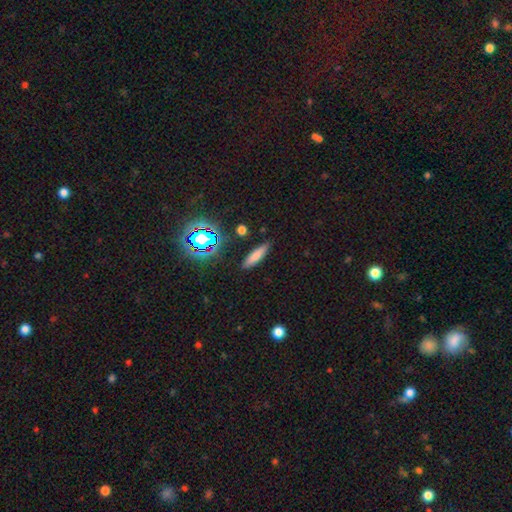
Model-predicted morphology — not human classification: Q: Smooth or featured?
A: smooth (73%); runner-up: star or artifact (14%)
Q: How rounded?
A: cigar-shaped (71%); runner-up: in between (27%)
Q: Merging?
A: none (87%); runner-up: minor disturbance (9%)